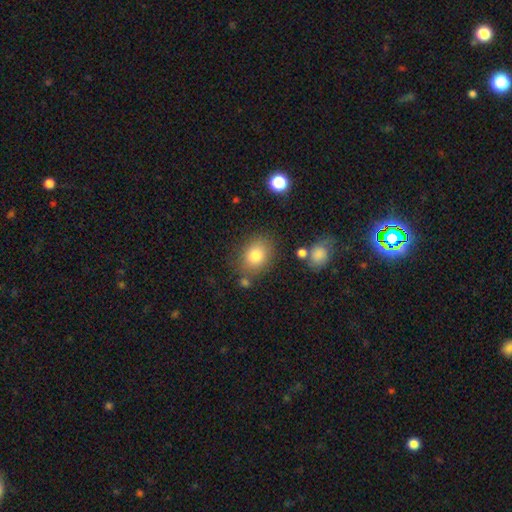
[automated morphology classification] smooth-or-featured: smooth: 81% | featured or disk: 10% | star or artifact: 10%
  how-rounded: in between: 54% | round: 45% | cigar-shaped: 1%
  merging: none: 76% | minor disturbance: 14% | merger: 6% | major disturbance: 4%